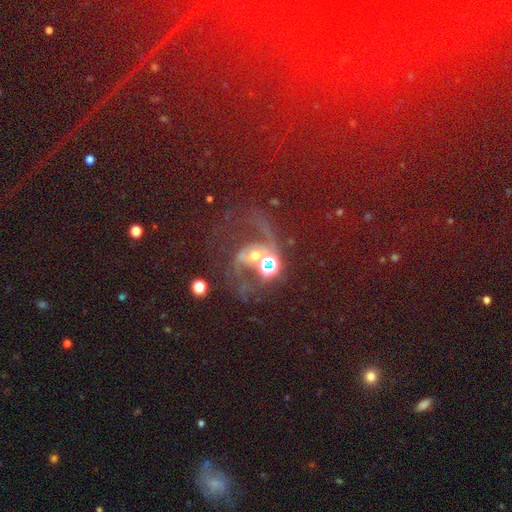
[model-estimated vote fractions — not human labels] Smooth or featured: featured or disk — 43% (star or artifact — 36%)
Merging: none — 38% (merger — 24%)